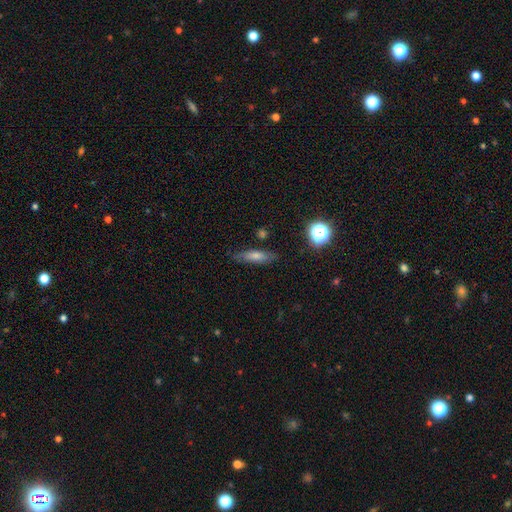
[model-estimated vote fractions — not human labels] Smooth or featured: smooth — 56% (featured or disk — 31%)
How rounded: cigar-shaped — 67% (in between — 27%)
Merging: none — 82% (minor disturbance — 13%)